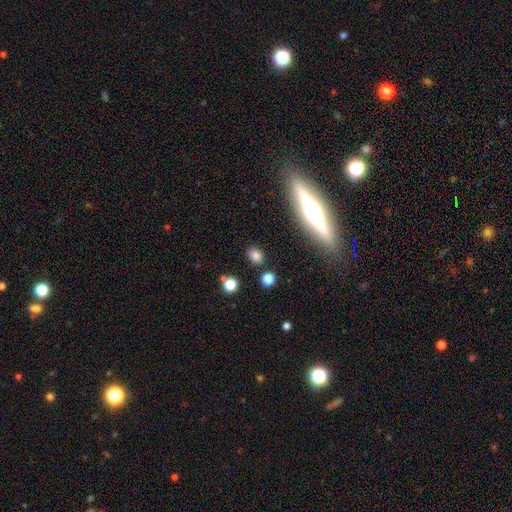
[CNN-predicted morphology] This appears to be a smooth galaxy with no disk features (77%) that is in between round and cigar-shaped (50%). Merging: none (84%).